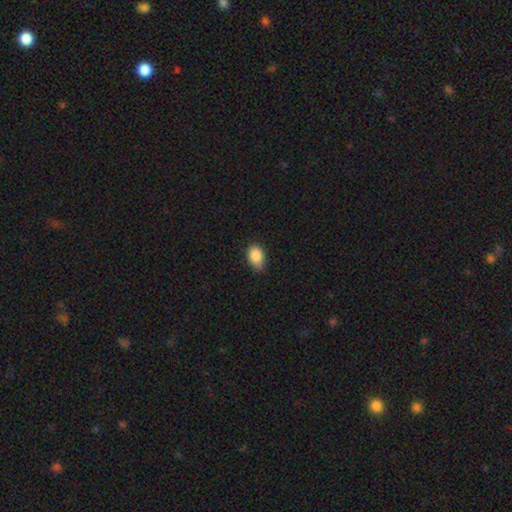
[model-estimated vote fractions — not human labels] A smooth galaxy with no disk features (86%) that is in between round and cigar-shaped (80%).

Vote fractions:
- Smooth or featured? smooth: 86% / star or artifact: 8% / featured or disk: 5%
- How rounded? in between: 80% / round: 18% / cigar-shaped: 2%
- Merging? none: 57% / minor disturbance: 37% / major disturbance: 5% / merger: 1%